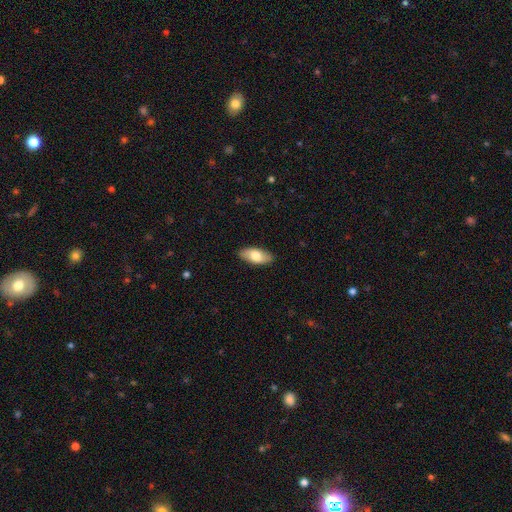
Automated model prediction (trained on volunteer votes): Overall: smooth (75%). How rounded: in between (88%). Merging: none (88%).